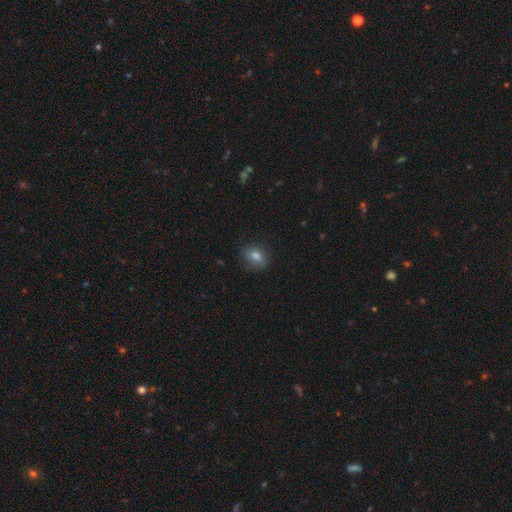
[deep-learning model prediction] Smooth or featured?
  - smooth: 77% *
  - star or artifact: 12%
  - featured or disk: 11%
How rounded?
  - in between: 60% *
  - round: 38%
  - cigar-shaped: 2%
Merging?
  - none: 77% *
  - minor disturbance: 17%
  - major disturbance: 4%
  - merger: 1%